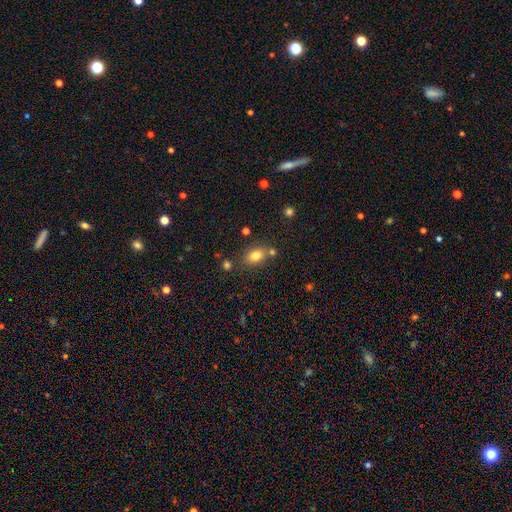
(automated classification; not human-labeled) Smooth or featured? smooth (80%)
How rounded? in between (77%)
Merging? none (69%)